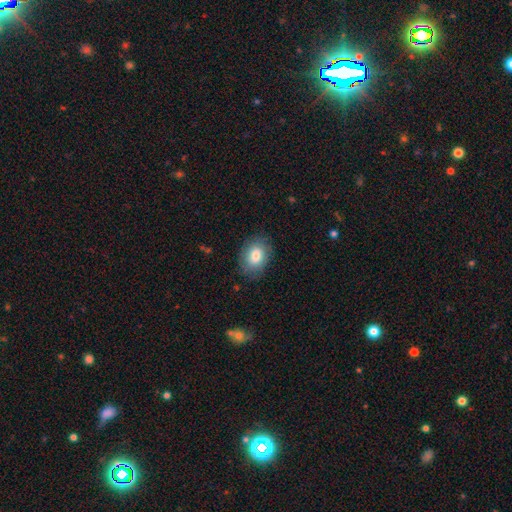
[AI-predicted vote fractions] smooth_or_featured: smooth (p=0.80) [alt: featured or disk p=0.13]
how_rounded: in between (p=0.71) [alt: round p=0.28]
merging: none (p=0.81) [alt: minor disturbance p=0.14]